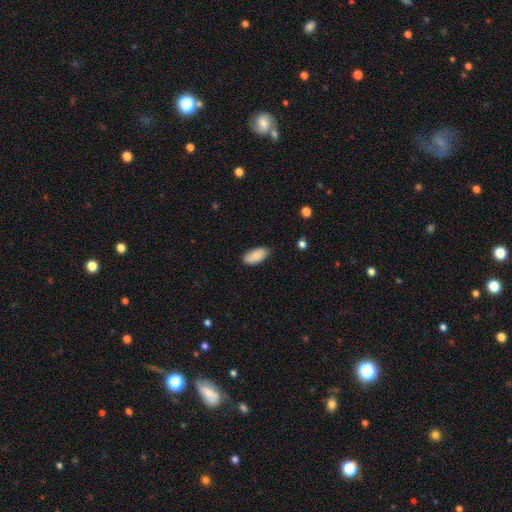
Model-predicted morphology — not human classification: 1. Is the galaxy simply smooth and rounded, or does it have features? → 86% smooth, 8% featured or disk, 6% star or artifact.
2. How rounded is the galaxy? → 93% in between, 5% cigar-shaped, 2% round.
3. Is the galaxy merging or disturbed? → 79% none, 17% minor disturbance, 3% major disturbance, 1% merger.